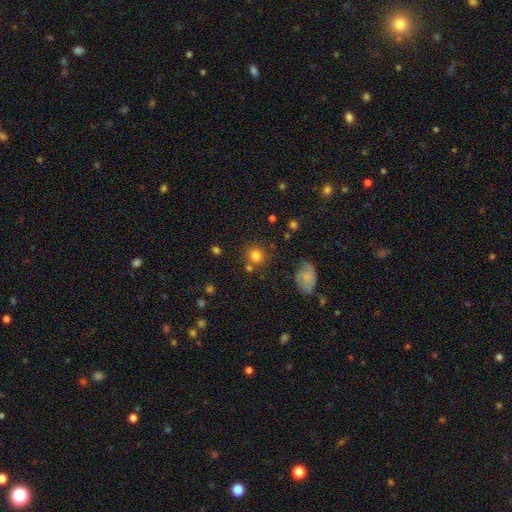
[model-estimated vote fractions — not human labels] The model was most divided on "merging": none: 76%, merger: 10%, minor disturbance: 10%, major disturbance: 4%. More confident: how rounded — round (89%); smooth or featured — smooth (79%).